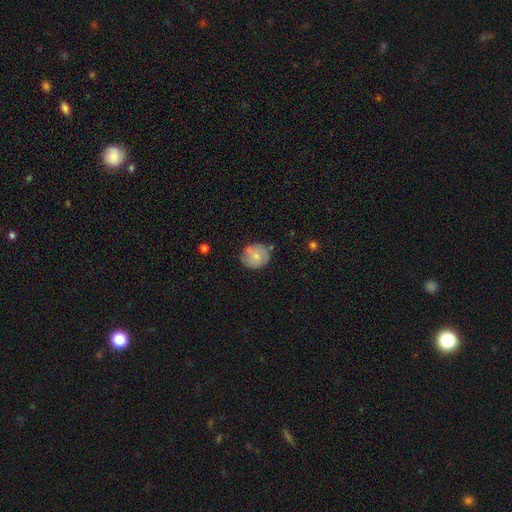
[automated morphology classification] Smooth or featured?
  - smooth: 63% *
  - featured or disk: 30%
  - star or artifact: 7%
How rounded?
  - round: 83% *
  - in between: 16%
  - cigar-shaped: 1%
Merging?
  - none: 71% *
  - minor disturbance: 21%
  - major disturbance: 5%
  - merger: 3%